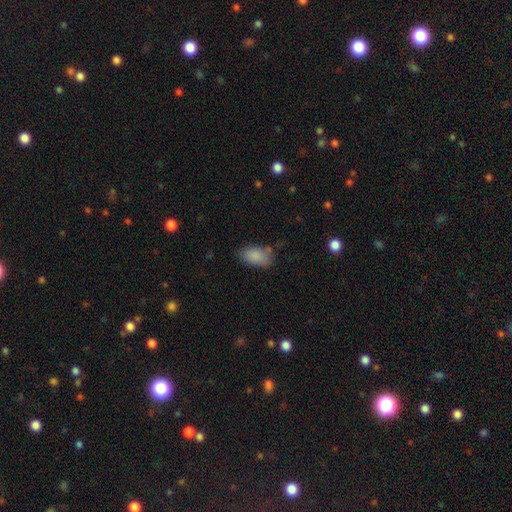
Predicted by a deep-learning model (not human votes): smooth-or-featured: smooth: 86% | star or artifact: 7% | featured or disk: 6%
  how-rounded: in between: 92% | round: 6% | cigar-shaped: 2%
  merging: none: 65% | minor disturbance: 24% | major disturbance: 7% | merger: 5%